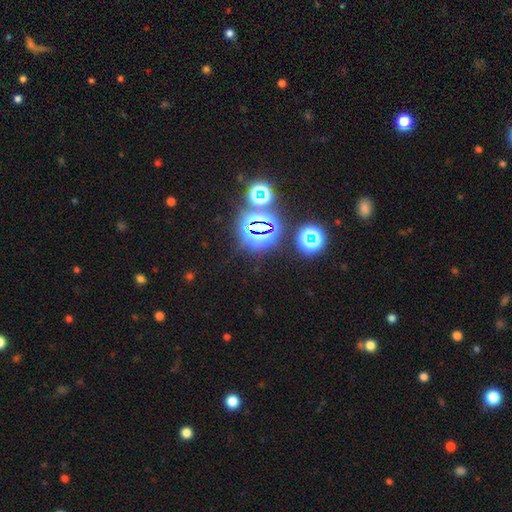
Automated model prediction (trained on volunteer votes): smooth-or-featured: star or artifact: 80% | smooth: 13% | featured or disk: 7%